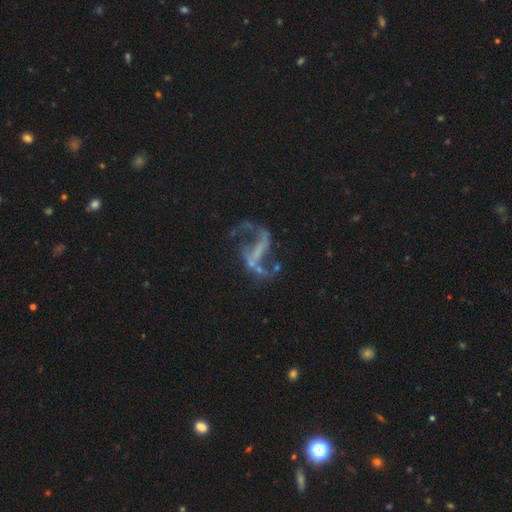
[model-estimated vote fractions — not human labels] Smooth or featured? featured or disk (80%)
Edge-on disk? no (96%)
Bar? strong (45%)
Spiral arms? yes (77%)
Spiral winding? loose (80%)
Spiral arm count? 2 (85%)
Bulge size? none (70%)
Merging? none (44%)